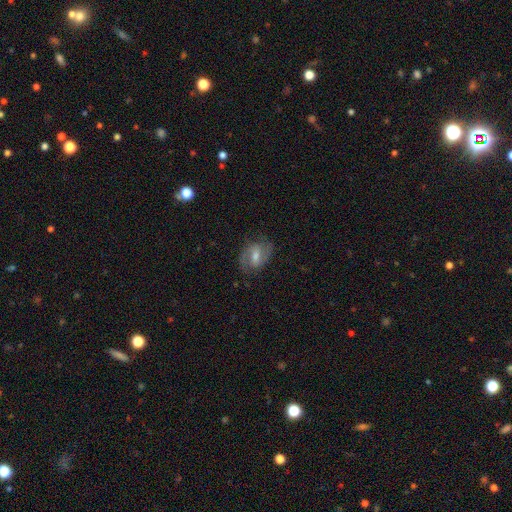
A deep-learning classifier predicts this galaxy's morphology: A featured or disk galaxy (76%) with a weak bar (52%), 2 (88%) medium (53%) spiral arms (92%) and a moderate central bulge (54%).

Vote fractions:
- Smooth or featured? featured or disk: 76% / smooth: 16% / star or artifact: 8%
- Edge-on disk? no: 97% / yes: 3%
- Bar? weak: 52% / strong: 29% / no: 19%
- Spiral arms? yes: 92% / no: 8%
- Spiral winding? medium: 53% / tight: 28% / loose: 20%
- Spiral arm count? 2: 88% / can't tell: 7% / 1: 2% / 3: 2% / 4: 1% / more than 4: 1%
- Bulge size? moderate: 54% / small: 35% / large: 6% / none: 4% / dominant: 1%
- Merging? none: 79% / minor disturbance: 14% / major disturbance: 6% / merger: 1%